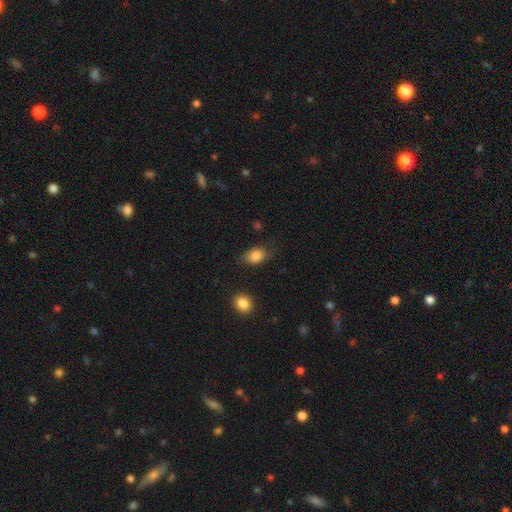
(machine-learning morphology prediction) The model was most divided on "merging": none: 71%, minor disturbance: 21%, major disturbance: 6%, merger: 2%. More confident: smooth or featured — smooth (85%); how rounded — in between (76%).